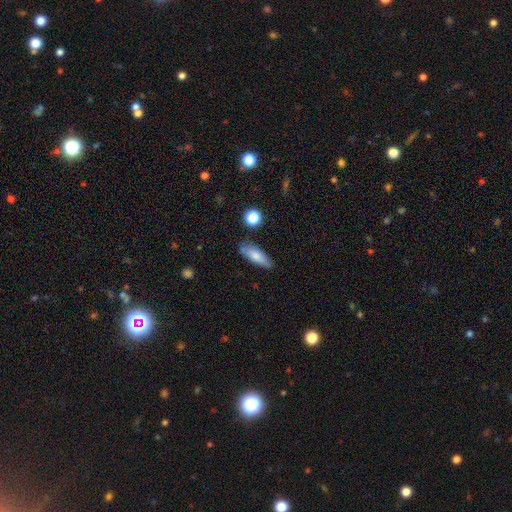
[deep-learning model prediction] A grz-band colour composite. It shows a smooth galaxy with no disk features (74%) that is in between round and cigar-shaped (56%). Merging: none (76%).